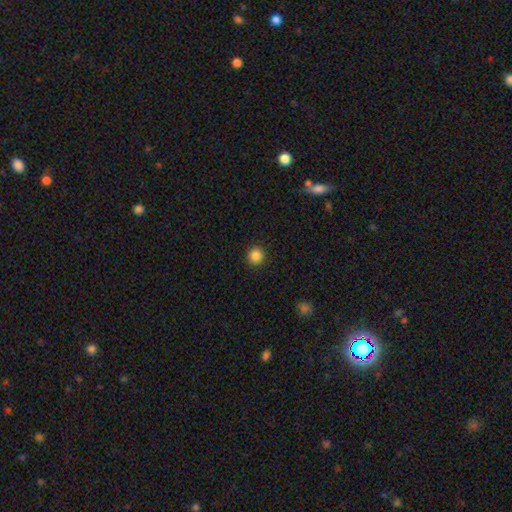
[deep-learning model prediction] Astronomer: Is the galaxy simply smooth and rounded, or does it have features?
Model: smooth — 86%.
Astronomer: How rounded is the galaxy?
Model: round — 95%.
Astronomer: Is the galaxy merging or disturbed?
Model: none — 92%.